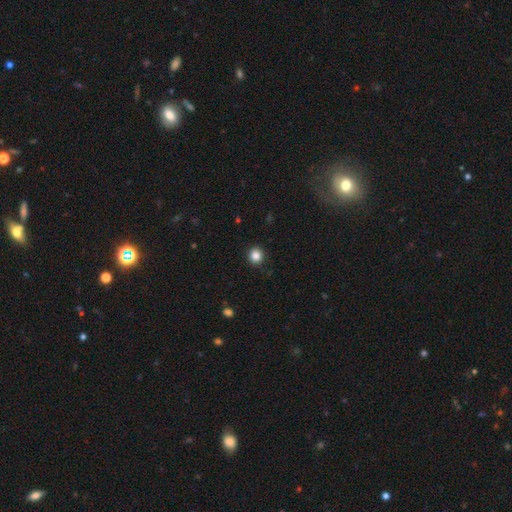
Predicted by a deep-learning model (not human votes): Smooth or featured? smooth (85%)
How rounded? round (87%)
Merging? none (91%)